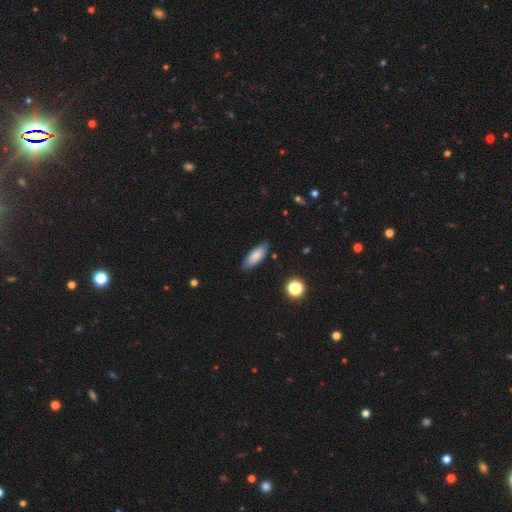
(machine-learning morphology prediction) Smooth or featured?
  - smooth: 84% *
  - featured or disk: 9%
  - star or artifact: 7%
How rounded?
  - in between: 68% *
  - cigar-shaped: 30%
  - round: 2%
Merging?
  - none: 85% *
  - minor disturbance: 11%
  - major disturbance: 2%
  - merger: 1%